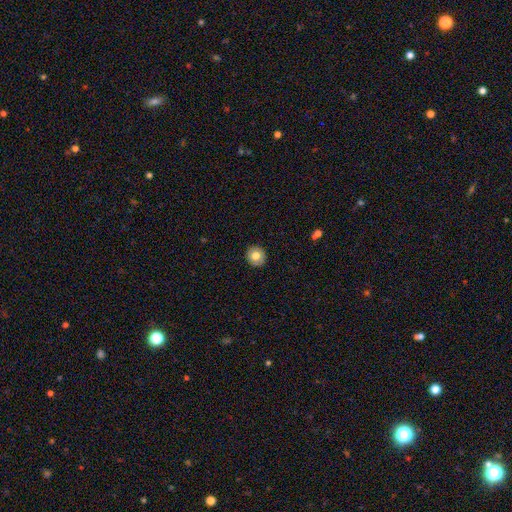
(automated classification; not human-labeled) Smooth or featured? Predicted: smooth (p=0.75). How rounded? Predicted: round (p=0.90). Merging? Predicted: none (p=0.91).